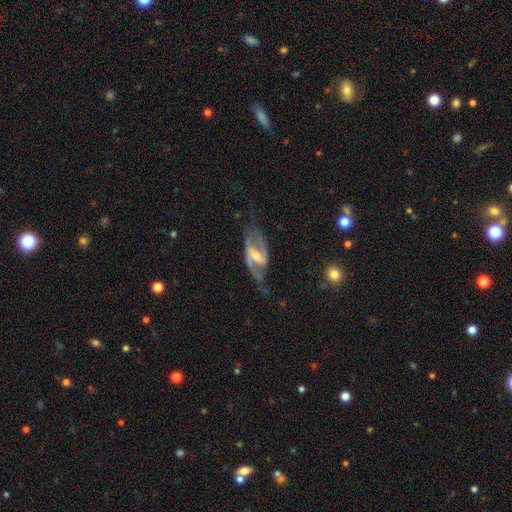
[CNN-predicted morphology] The model was most divided on "bulge size": small: 51%, moderate: 44%, none: 3%, large: 2%, dominant: 1%. Remaining: spiral arms — yes (96%); edge-on disk — no (95%); spiral arm count — 2 (92%); smooth or featured — featured or disk (89%); merging — none (70%); spiral winding — medium (50%); bar — strong (50%).